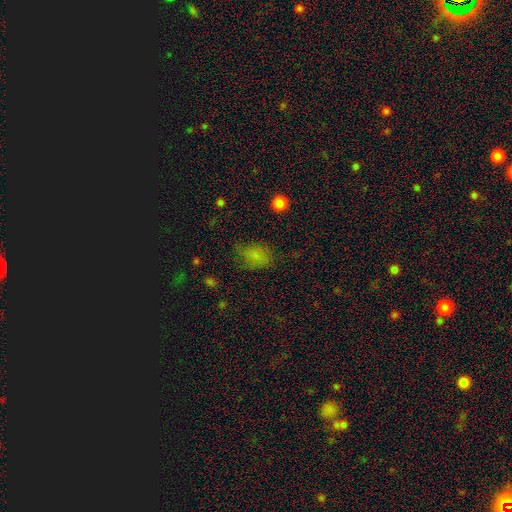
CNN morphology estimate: A smooth galaxy with no disk features (74%) that is in between round and cigar-shaped (70%).

Vote fractions:
- Smooth or featured? smooth: 74% / star or artifact: 17% / featured or disk: 9%
- How rounded? in between: 70% / round: 29% / cigar-shaped: 2%
- Merging? none: 59% / minor disturbance: 27% / major disturbance: 12% / merger: 2%